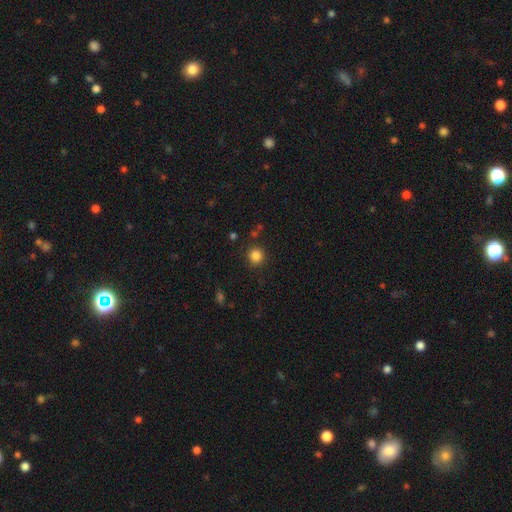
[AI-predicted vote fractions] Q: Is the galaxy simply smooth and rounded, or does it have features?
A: smooth — 84%.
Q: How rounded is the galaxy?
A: round — 92%.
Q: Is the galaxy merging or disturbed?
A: none — 88%.